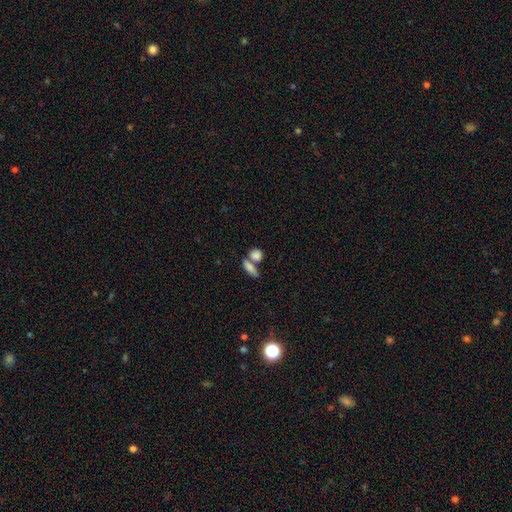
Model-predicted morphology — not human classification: Smooth or featured? Predicted: smooth (p=0.83). How rounded? Predicted: in between (p=0.54). Merging? Predicted: merger (p=0.43, tied with none).